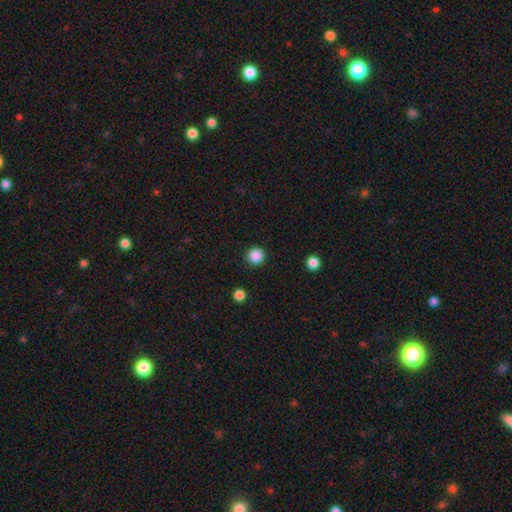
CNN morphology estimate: A smooth galaxy with no disk features (87%) that is round (94%). Merging: none (92%).